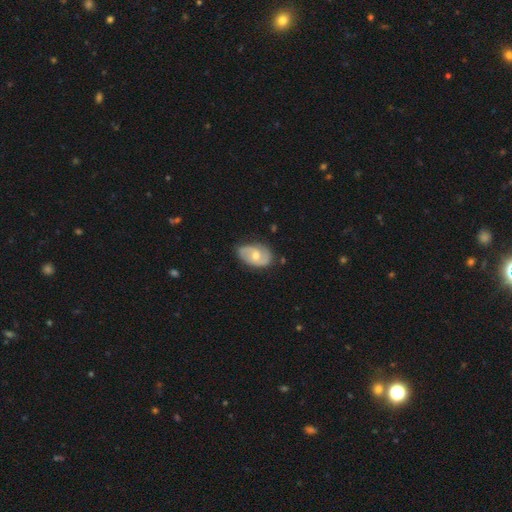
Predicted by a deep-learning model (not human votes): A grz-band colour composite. It shows a featured or disk galaxy (65%) with no bar (57%), 2 (80%) medium (44%) spiral arms (83%) and a moderate central bulge (66%). Merging: none (70%).